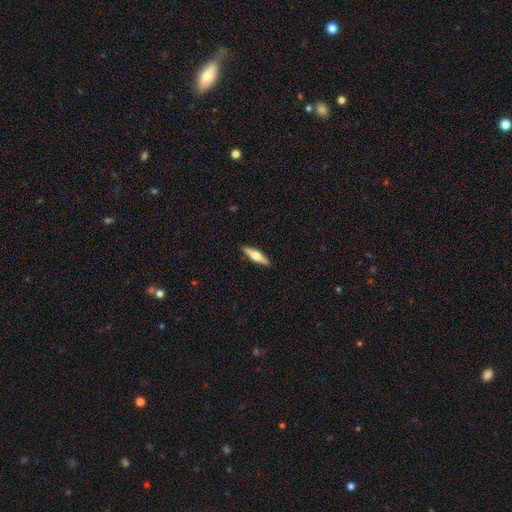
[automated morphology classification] This is possibly a featured or disk galaxy (59%). It is clearly viewed edge-on (97%). Edge-on bulge: clearly rounded (93%). Merging: clearly none (91%).